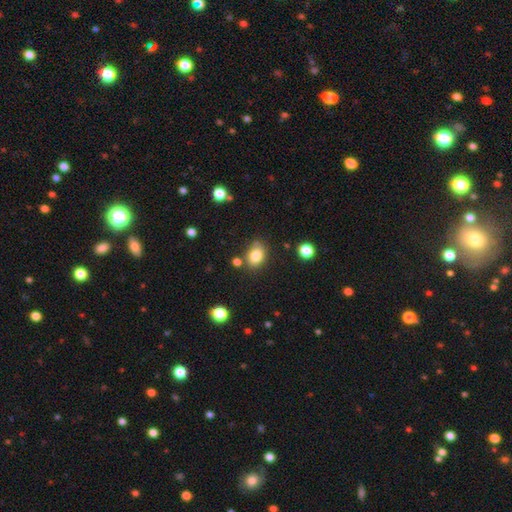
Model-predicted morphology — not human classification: smooth_or_featured: smooth (p=0.82) [alt: star or artifact p=0.10]
how_rounded: in between (p=0.67) [alt: round p=0.32]
merging: none (p=0.72) [alt: minor disturbance p=0.17]